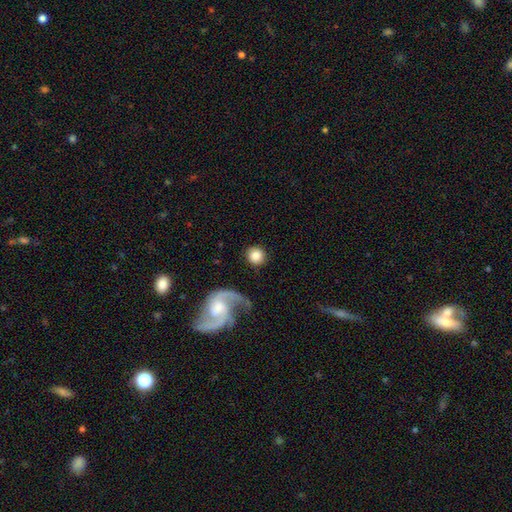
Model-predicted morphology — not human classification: Smooth or featured: smooth — 78% (featured or disk — 14%)
How rounded: round — 91% (in between — 8%)
Merging: none — 84% (minor disturbance — 8%)